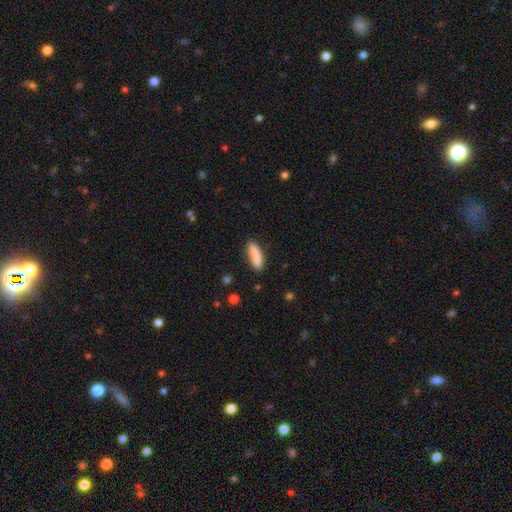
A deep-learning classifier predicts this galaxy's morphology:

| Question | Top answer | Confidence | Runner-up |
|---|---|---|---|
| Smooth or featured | smooth | 86% | featured or disk (7%) |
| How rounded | cigar-shaped | 59% | in between (39%) |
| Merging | none | 81% | minor disturbance (14%) |